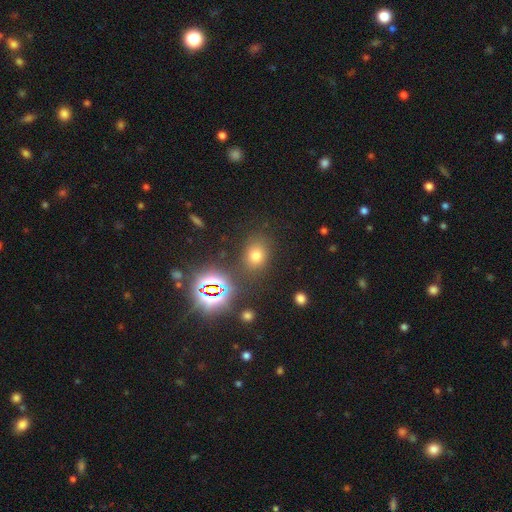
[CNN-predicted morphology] This is likely a smooth galaxy (66%). How rounded: possibly round (50%). Merging: likely none (79%).